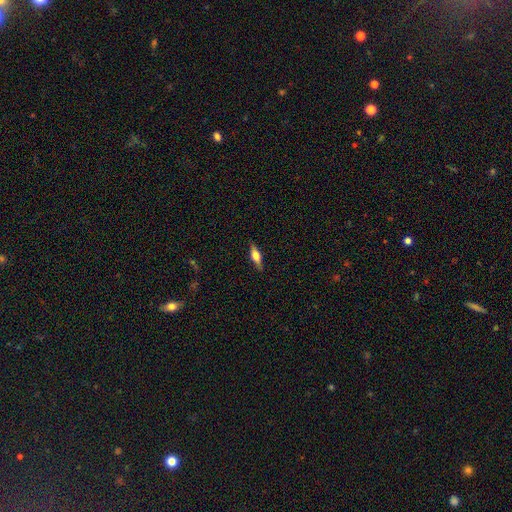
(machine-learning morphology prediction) The model was most divided on "how rounded": in between: 51%, cigar-shaped: 46%, round: 3%. More confident: merging — none (85%); smooth or featured — smooth (52%).